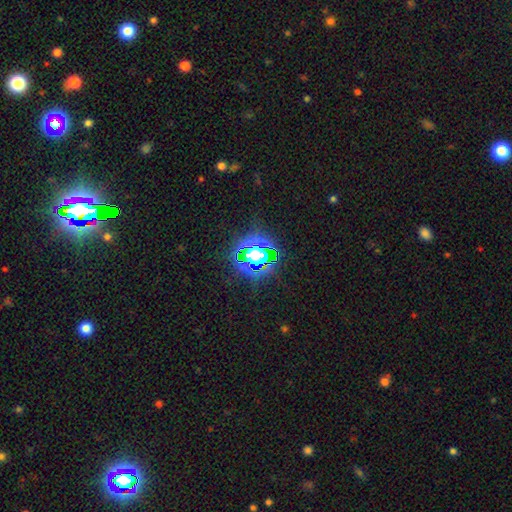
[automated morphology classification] A star or artifact, not a galaxy (62%).

Vote fractions:
- Smooth or featured? star or artifact: 62% / smooth: 24% / featured or disk: 14%